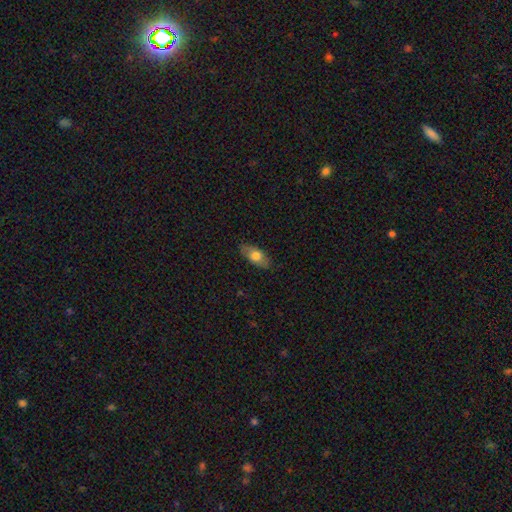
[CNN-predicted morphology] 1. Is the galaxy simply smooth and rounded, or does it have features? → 69% smooth, 24% featured or disk, 6% star or artifact.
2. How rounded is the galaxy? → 82% in between, 14% cigar-shaped, 4% round.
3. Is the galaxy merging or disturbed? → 85% none, 11% minor disturbance, 2% major disturbance, 1% merger.